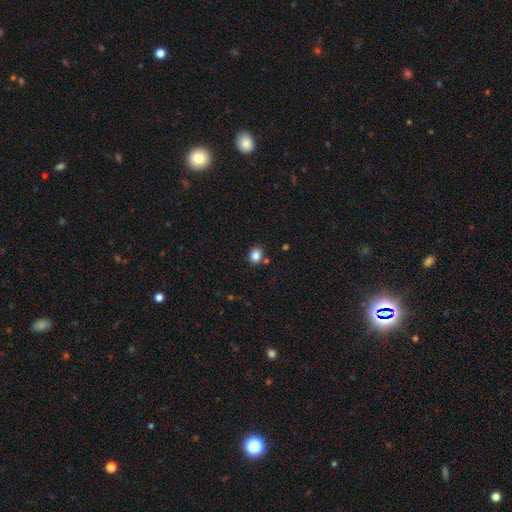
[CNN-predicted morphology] Smooth or featured? Predicted: smooth (p=0.85). How rounded? Predicted: round (p=0.62). Merging? Predicted: none (p=0.80).